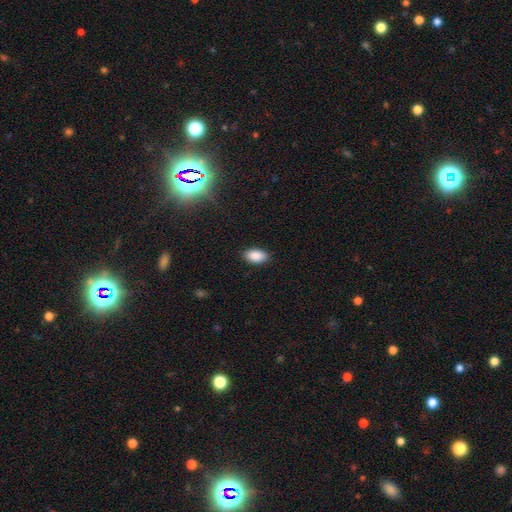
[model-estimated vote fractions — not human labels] smooth 89%, star or artifact 7%, featured or disk 3%. Down the decision tree: how rounded — in between (93%); merging — none (88%).